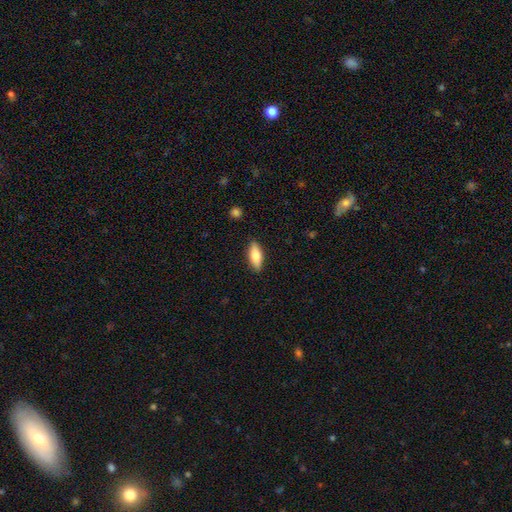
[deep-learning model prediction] Smooth or featured: smooth — 72% (featured or disk — 22%)
How rounded: in between — 71% (cigar-shaped — 26%)
Merging: none — 88% (minor disturbance — 9%)